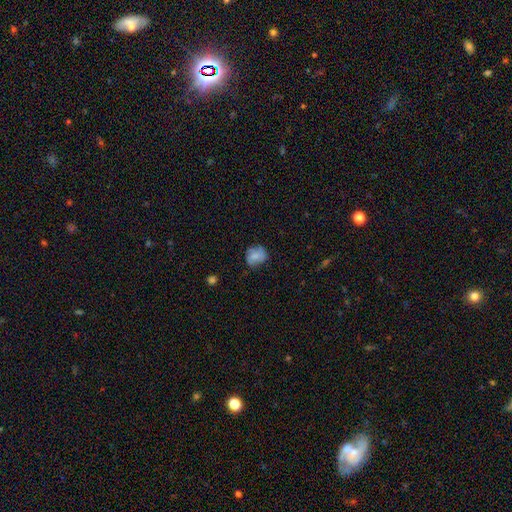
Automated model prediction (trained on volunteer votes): Smooth or featured? Predicted: smooth (p=0.70). How rounded? Predicted: round (p=0.68). Merging? Predicted: none (p=0.63).